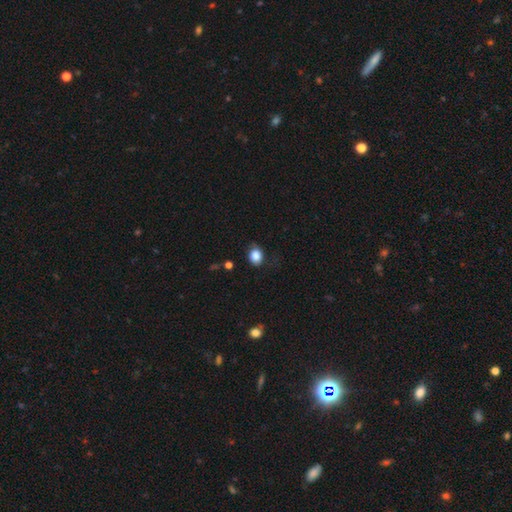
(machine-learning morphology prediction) type=smooth (86%); roundness=round (55%); merging=none (68%).